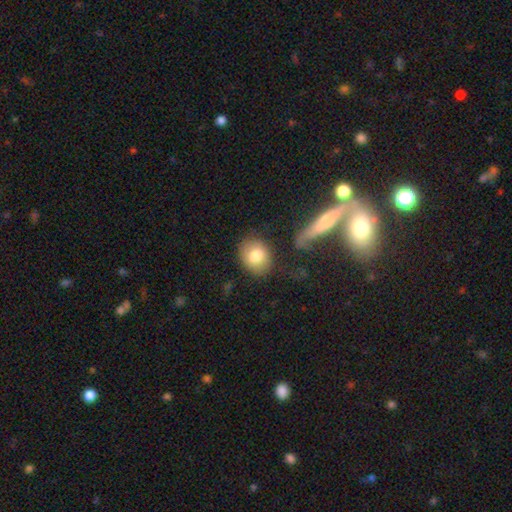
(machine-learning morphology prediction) This is clearly a smooth galaxy (80%). How rounded: likely round (68%). Merging: clearly none (81%).